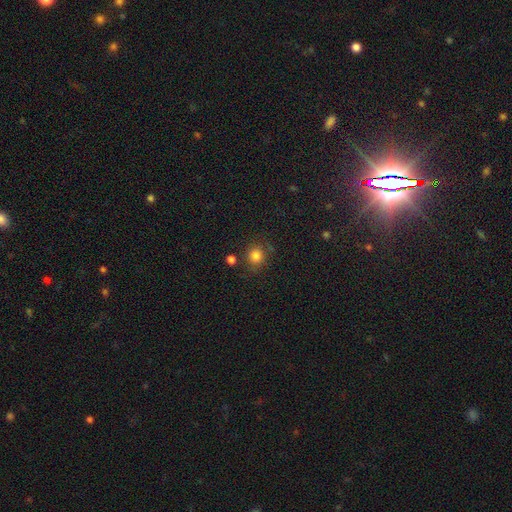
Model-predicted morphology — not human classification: This is clearly a smooth galaxy (82%). How rounded: clearly round (88%). Merging: likely none (79%).